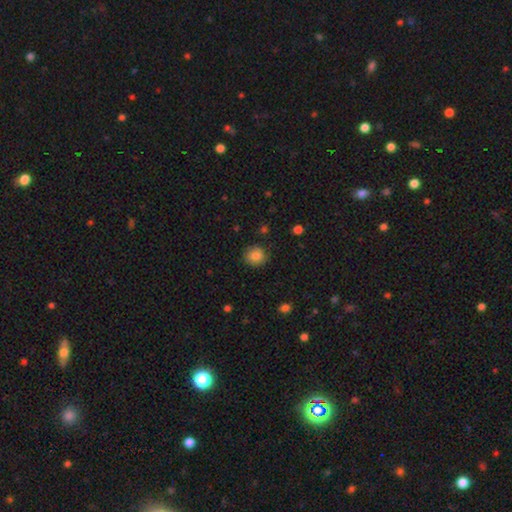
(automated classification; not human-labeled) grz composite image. It shows a smooth galaxy with no disk features (86%) that is round (85%). Merging: none (86%).